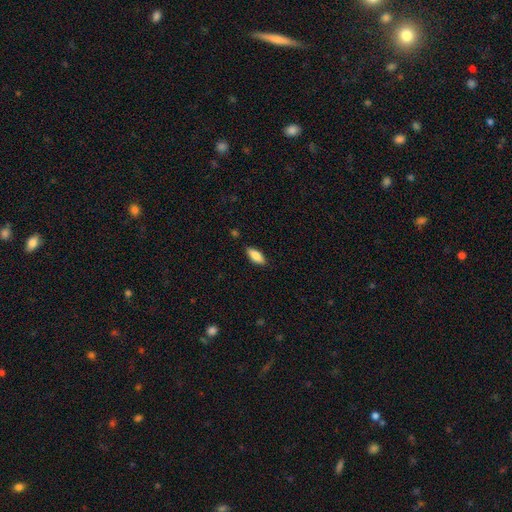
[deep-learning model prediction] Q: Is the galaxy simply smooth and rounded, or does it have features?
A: smooth — 82%.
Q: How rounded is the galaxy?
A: in between — 78%.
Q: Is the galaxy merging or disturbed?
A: none — 87%.